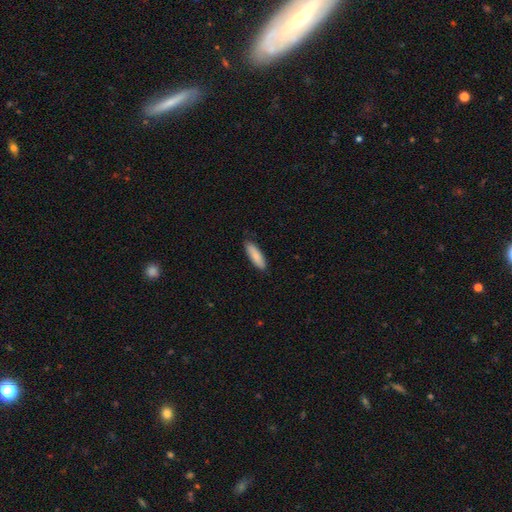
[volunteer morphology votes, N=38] Smooth or featured? smooth (76%)
How rounded? cigar-shaped (55%)
Merging? none (83%)